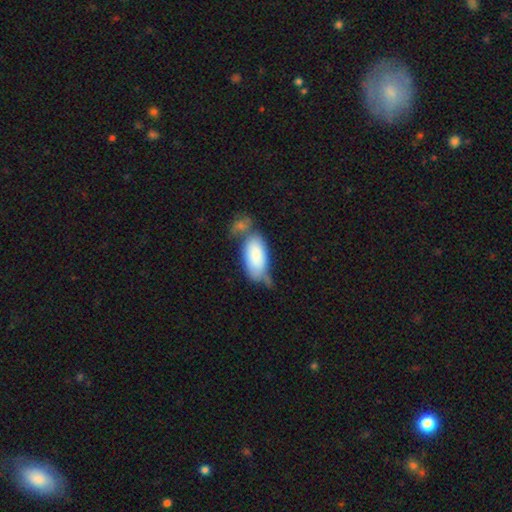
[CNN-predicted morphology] A smooth galaxy with no disk features (81%) that is in between round and cigar-shaped (93%). Merging: none (32%).